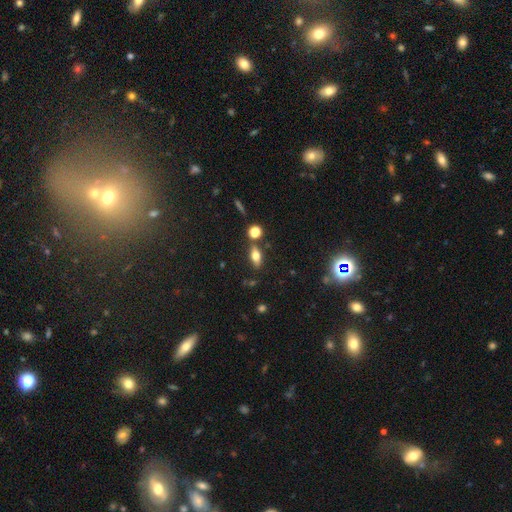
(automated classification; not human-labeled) This is likely a smooth galaxy (65%). How rounded: likely in between (77%). Merging: likely none (76%).